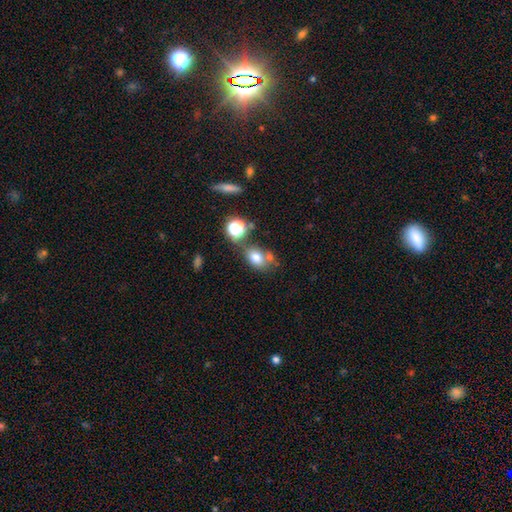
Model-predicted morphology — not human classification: smooth_or_featured: smooth (p=0.60) [alt: star or artifact p=0.22]
how_rounded: in between (p=0.52) [alt: round p=0.45]
merging: none (p=0.52) [alt: merger p=0.26]